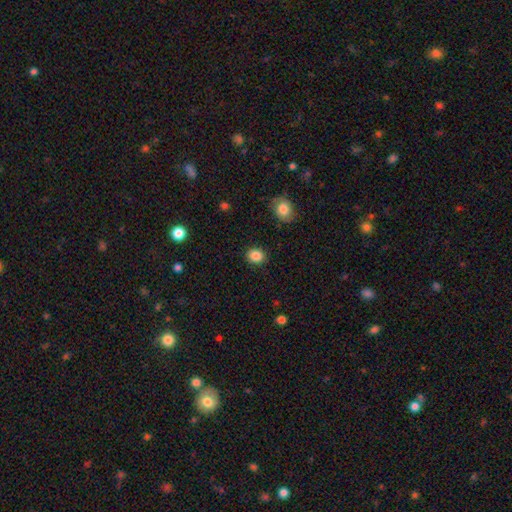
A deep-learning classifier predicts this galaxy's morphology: Q: Smooth or featured?
A: smooth (87%); runner-up: star or artifact (9%)
Q: How rounded?
A: round (68%); runner-up: in between (31%)
Q: Merging?
A: none (89%); runner-up: minor disturbance (7%)